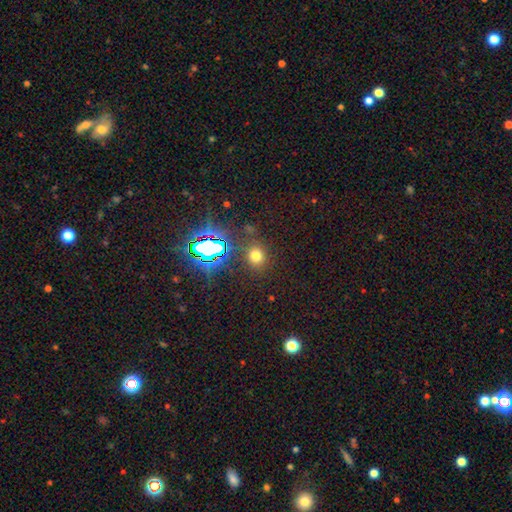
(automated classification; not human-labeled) smooth_or_featured: smooth (p=0.65) [alt: star or artifact p=0.28]
how_rounded: round (p=0.76) [alt: in between p=0.23]
merging: none (p=0.84) [alt: minor disturbance p=0.09]